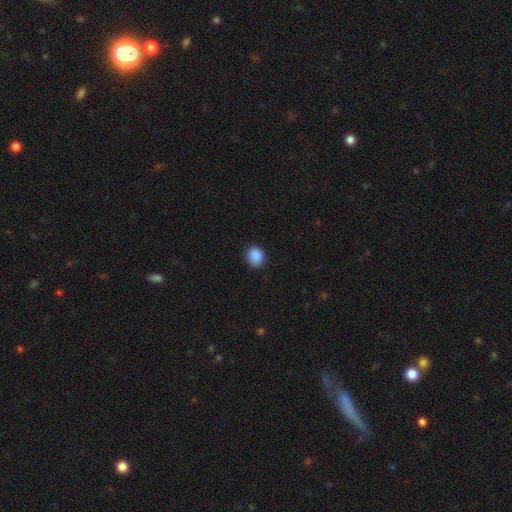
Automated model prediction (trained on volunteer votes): Morphology: type=smooth (88%); roundness=round (70%); merging=none (85%).